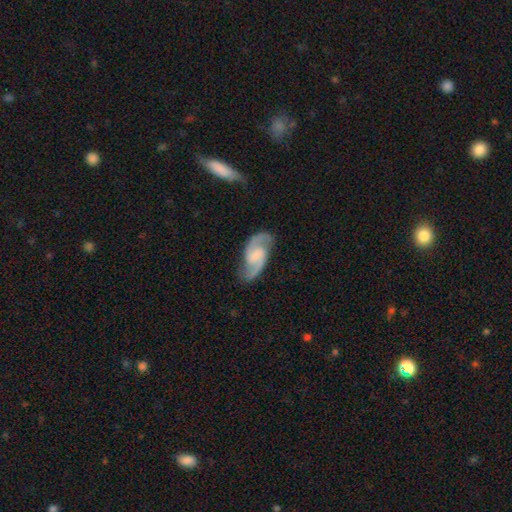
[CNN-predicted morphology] smooth_or_featured: featured or disk (p=0.89) [alt: smooth p=0.07]
disk_edge_on: no (p=0.97) [alt: yes p=0.03]
bar: weak (p=0.51) [alt: no p=0.32]
has_spiral_arms: yes (p=0.98) [alt: no p=0.02]
spiral_winding: medium (p=0.57) [alt: loose p=0.26]
spiral_arm_count: 2 (p=0.94) [alt: can't tell p=0.02]
bulge_size: none (p=0.46) [alt: small p=0.26]
merging: none (p=0.81) [alt: minor disturbance p=0.13]